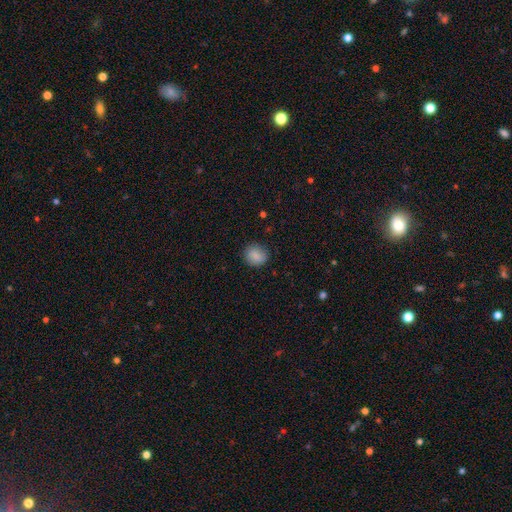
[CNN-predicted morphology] type=smooth (86%); roundness=round (73%); merging=none (85%).